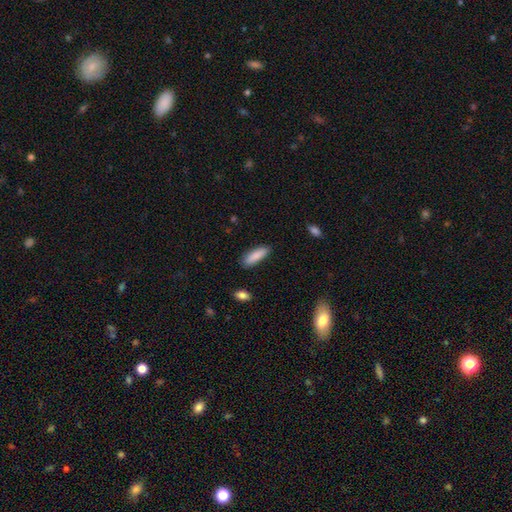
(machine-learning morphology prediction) smooth-or-featured: smooth: 87% | featured or disk: 7% | star or artifact: 6%
  how-rounded: cigar-shaped: 59% | in between: 40% | round: 1%
  merging: none: 85% | minor disturbance: 11% | major disturbance: 2% | merger: 2%